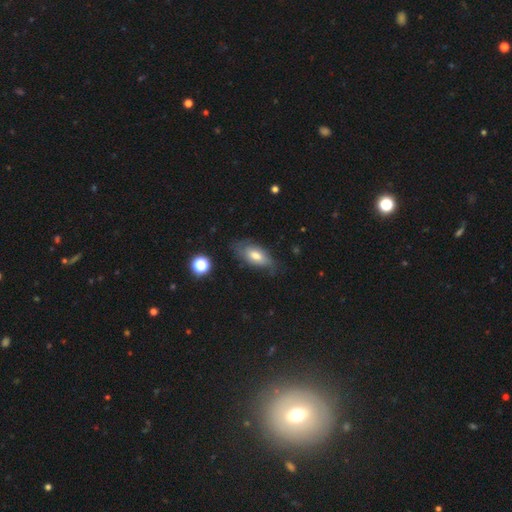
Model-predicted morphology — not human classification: A smooth galaxy with no disk features (57%) that is in between round and cigar-shaped (86%).

Vote fractions:
- Smooth or featured? smooth: 57% / featured or disk: 34% / star or artifact: 8%
- How rounded? in between: 86% / cigar-shaped: 10% / round: 4%
- Merging? none: 63% / minor disturbance: 27% / major disturbance: 9% / merger: 2%